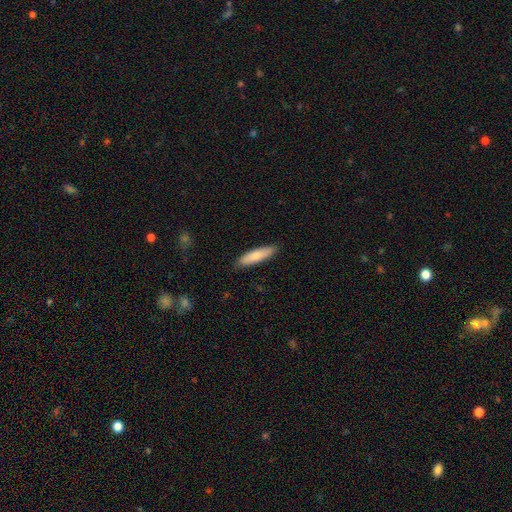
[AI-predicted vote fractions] A smooth galaxy with no disk features (77%) that is cigar-shaped (77%).

Vote fractions:
- Smooth or featured? smooth: 77% / featured or disk: 18% / star or artifact: 5%
- How rounded? cigar-shaped: 77% / in between: 22% / round: 1%
- Merging? none: 88% / minor disturbance: 9% / major disturbance: 2% / merger: 1%